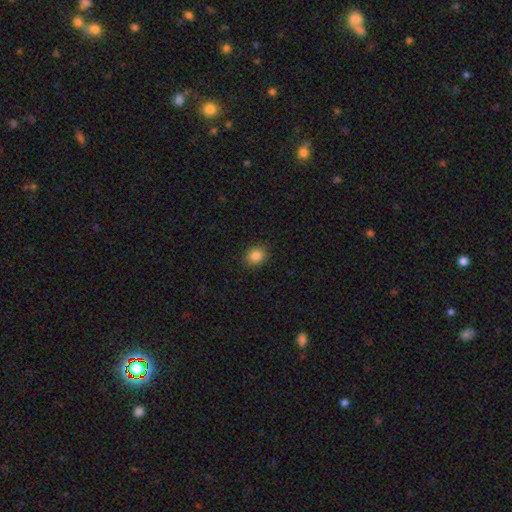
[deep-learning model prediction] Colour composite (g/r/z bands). It shows a smooth galaxy with no disk features (85%) that is round (64%). Merging: none (90%).